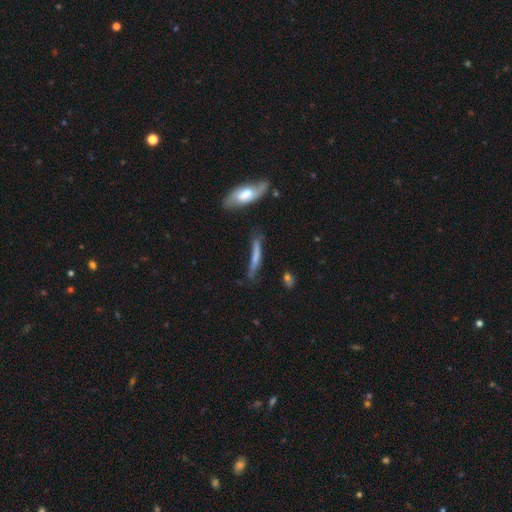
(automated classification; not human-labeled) This appears to be a smooth galaxy with no disk features (55%) that is cigar-shaped (89%). Merging: none (56%).